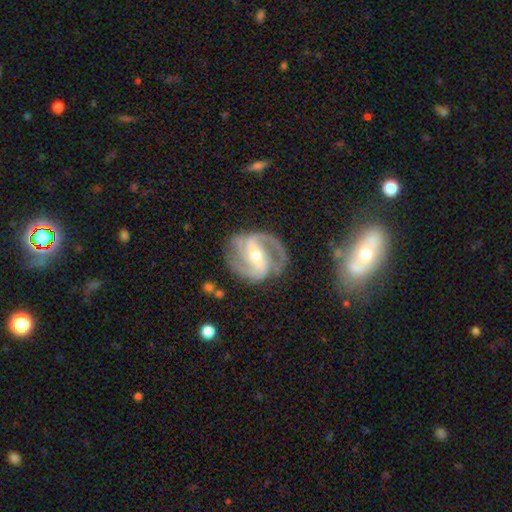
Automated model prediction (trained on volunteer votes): Smooth or featured: featured or disk — 92% (star or artifact — 5%)
Edge-on disk: no — 98% (yes — 2%)
Bar: strong — 52% (weak — 33%)
Spiral arms: yes — 98% (no — 2%)
Spiral winding: medium — 55% (tight — 30%)
Spiral arm count: 2 — 56% (3 — 28%)
Bulge size: moderate — 51% (small — 46%)
Merging: none — 75% (minor disturbance — 16%)